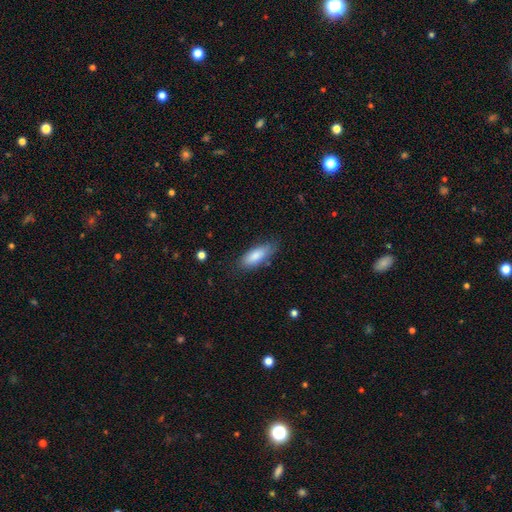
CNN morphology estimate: The model was most divided on "how rounded": in between: 74%, cigar-shaped: 24%, round: 2%. More confident: smooth or featured — smooth (83%); merging — none (73%).